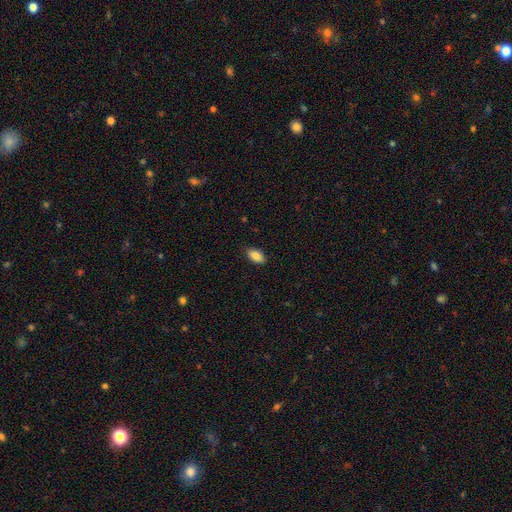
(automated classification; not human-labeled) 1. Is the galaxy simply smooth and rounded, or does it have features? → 85% smooth, 7% featured or disk, 7% star or artifact.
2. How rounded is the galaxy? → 93% in between, 4% round, 4% cigar-shaped.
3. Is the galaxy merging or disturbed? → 86% none, 11% minor disturbance, 2% major disturbance, 1% merger.